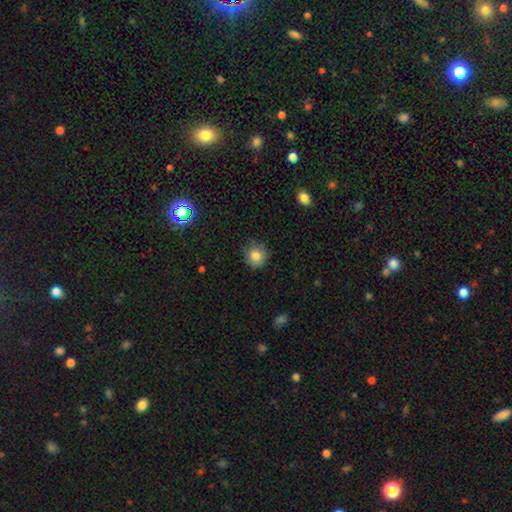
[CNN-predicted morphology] Q: Smooth or featured?
A: smooth (83%); runner-up: star or artifact (10%)
Q: How rounded?
A: round (89%); runner-up: in between (10%)
Q: Merging?
A: none (79%); runner-up: minor disturbance (16%)